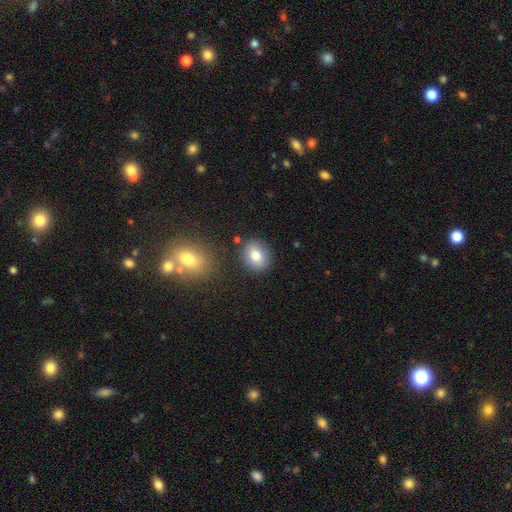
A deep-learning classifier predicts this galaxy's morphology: Smooth or featured?
  - smooth: 79% *
  - featured or disk: 11%
  - star or artifact: 9%
How rounded?
  - round: 57% *
  - in between: 42%
  - cigar-shaped: 1%
Merging?
  - none: 83% *
  - minor disturbance: 10%
  - merger: 5%
  - major disturbance: 3%